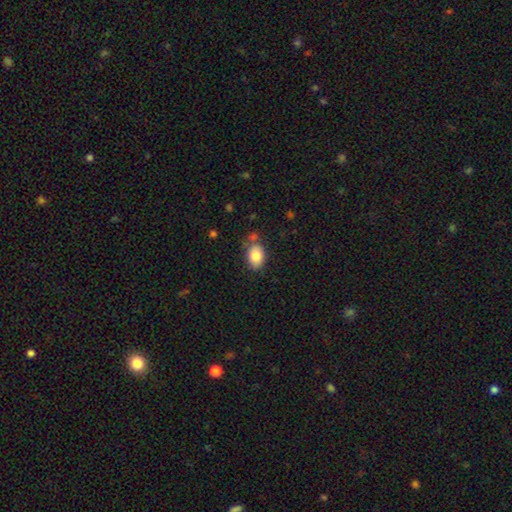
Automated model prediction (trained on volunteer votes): A smooth galaxy with no disk features (85%) that is in between round and cigar-shaped (84%).

Vote fractions:
- Smooth or featured? smooth: 85% / featured or disk: 8% / star or artifact: 8%
- How rounded? in between: 84% / round: 15% / cigar-shaped: 1%
- Merging? none: 67% / minor disturbance: 20% / merger: 8% / major disturbance: 5%